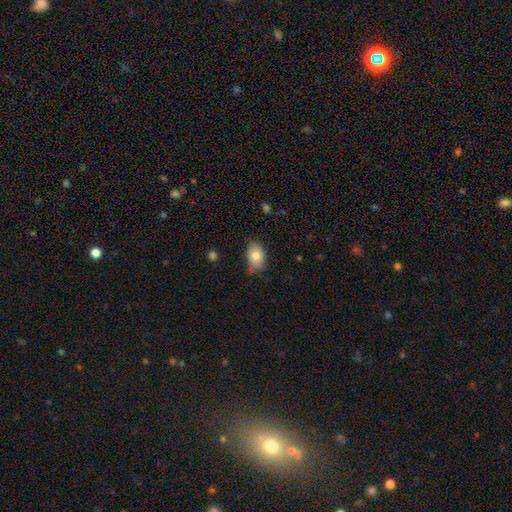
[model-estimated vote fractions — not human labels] smooth 81%, featured or disk 11%, star or artifact 8%. Down the decision tree: how rounded — in between (86%); merging — none (64%).